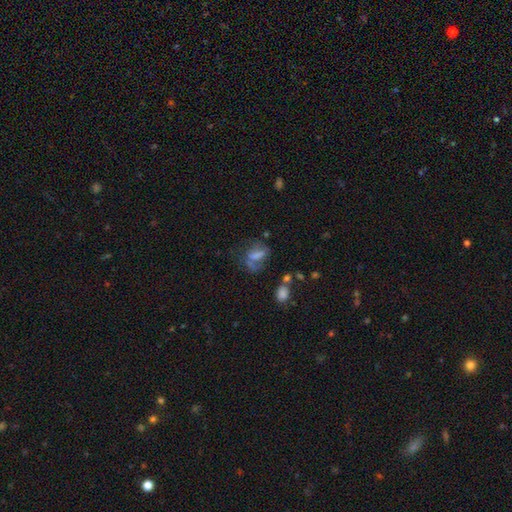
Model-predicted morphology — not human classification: type=smooth (54%); roundness=in between (69%); merging=none (40%).